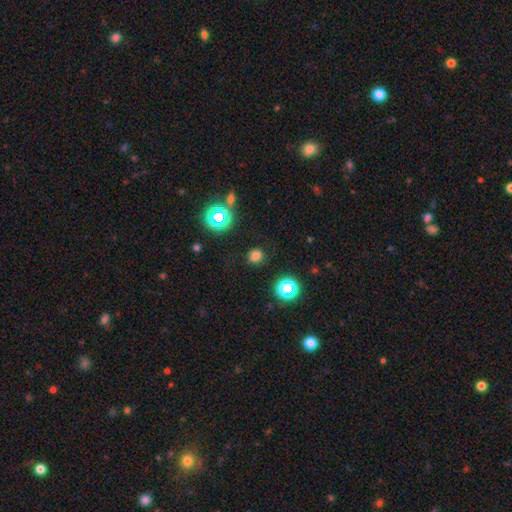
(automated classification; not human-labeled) Morphology: type=smooth (73%); roundness=round (85%); merging=none (86%).